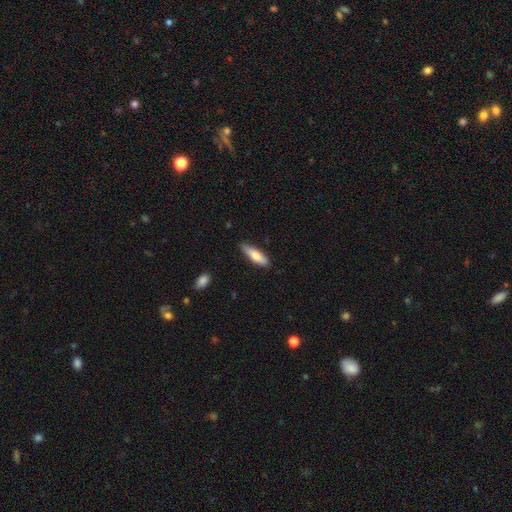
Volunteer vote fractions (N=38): This is clearly a smooth galaxy (84%). How rounded: likely cigar-shaped (62%). Merging: clearly none (89%).